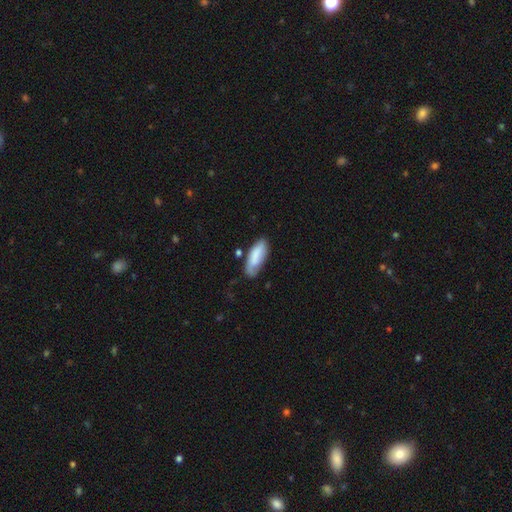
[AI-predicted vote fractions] smooth 79%, featured or disk 15%, star or artifact 6%. Down the decision tree: how rounded — in between (75%); merging — none (63%).